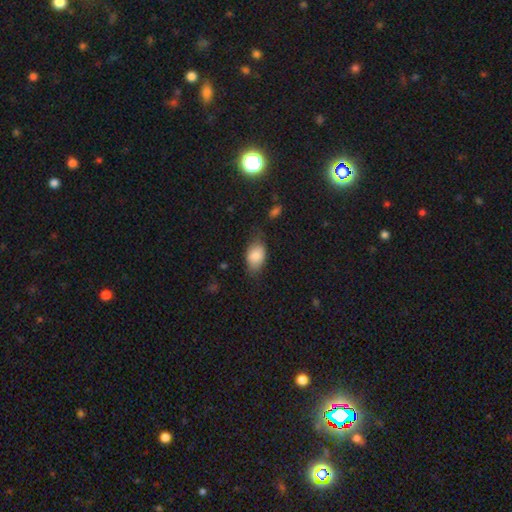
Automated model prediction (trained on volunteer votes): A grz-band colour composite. It shows a smooth galaxy with no disk features (83%) that is in between round and cigar-shaped (86%). Merging: none (60%).